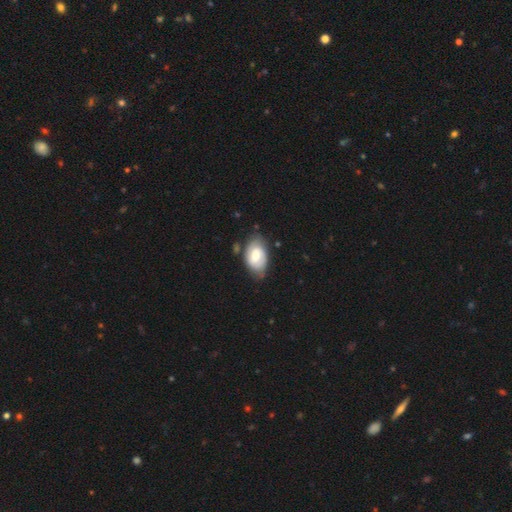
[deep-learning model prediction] Morphology: type=featured or disk (50%); edge-on=no (94%); merging=none (67%).